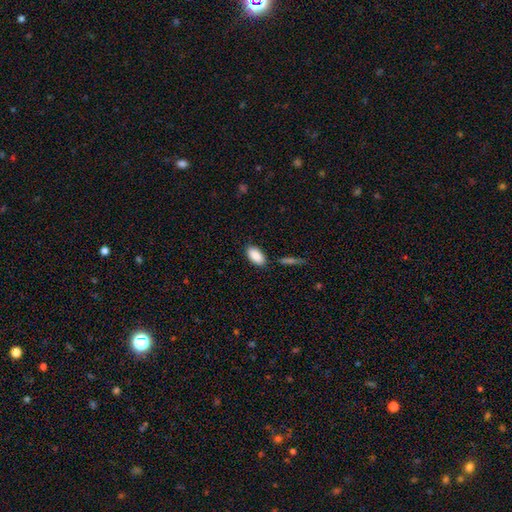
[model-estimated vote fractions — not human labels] smooth_or_featured: smooth (p=0.89) [alt: star or artifact p=0.06]
how_rounded: in between (p=0.93) [alt: cigar-shaped p=0.05]
merging: none (p=0.84) [alt: minor disturbance p=0.10]